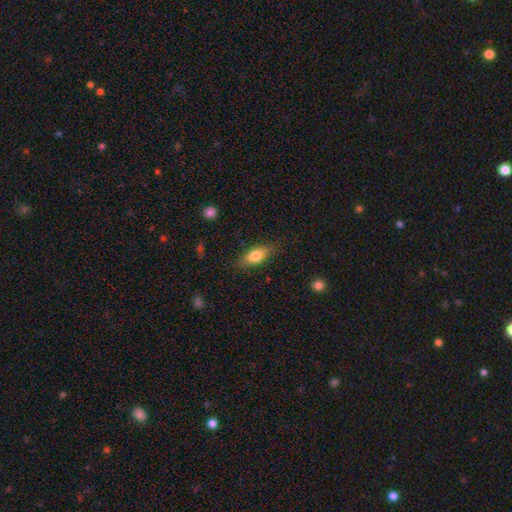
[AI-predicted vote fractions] Morphology: type=smooth (78%); roundness=in between (82%); merging=none (81%).